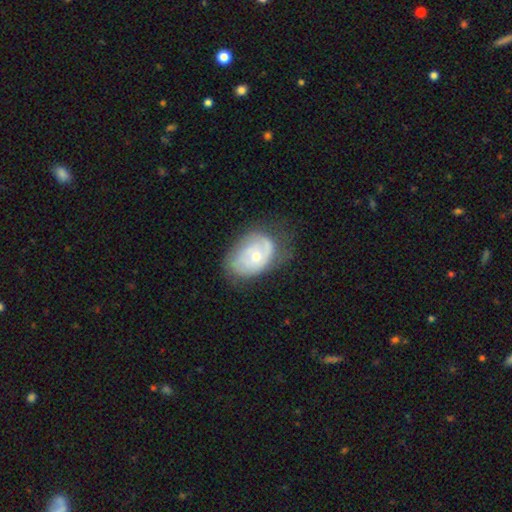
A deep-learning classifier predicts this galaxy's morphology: Smooth or featured? Predicted: featured or disk (p=0.64). Edge-on disk? Predicted: no (p=0.96). Bar? Predicted: no (p=0.80). Spiral arms? Predicted: yes (p=0.76). Bulge size? Predicted: small (p=0.50). Merging? Predicted: none (p=0.55).